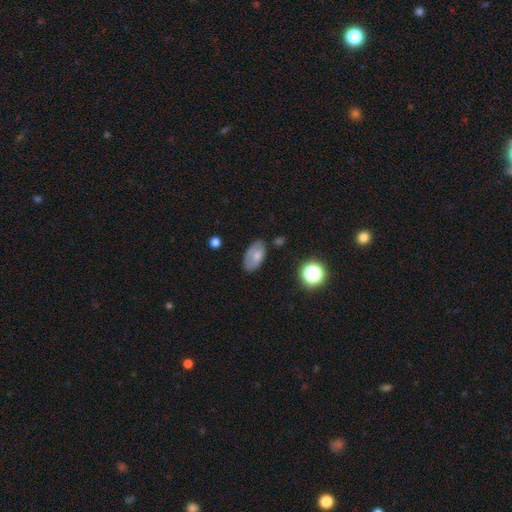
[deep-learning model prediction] A smooth galaxy with no disk features (69%) that is in between round and cigar-shaped (92%).

Vote fractions:
- Smooth or featured? smooth: 69% / featured or disk: 21% / star or artifact: 9%
- How rounded? in between: 92% / round: 6% / cigar-shaped: 2%
- Merging? none: 72% / minor disturbance: 21% / major disturbance: 5% / merger: 2%